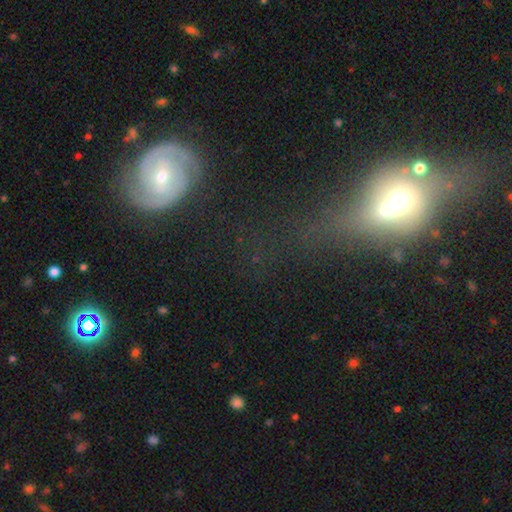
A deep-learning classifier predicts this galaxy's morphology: A featured or disk galaxy (55%). Merging: none (50%).